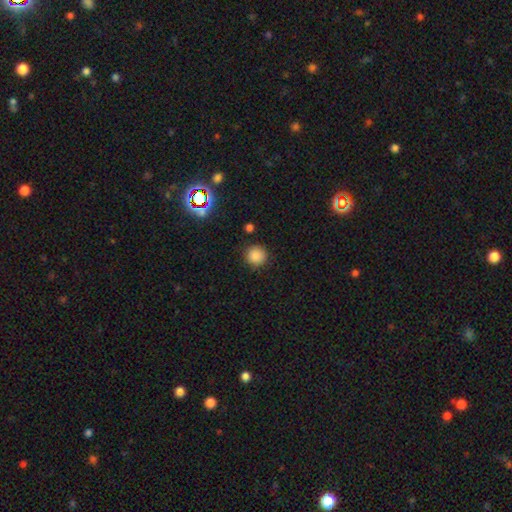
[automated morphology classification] This is clearly a smooth galaxy (83%). How rounded: clearly round (93%). Merging: clearly none (88%).